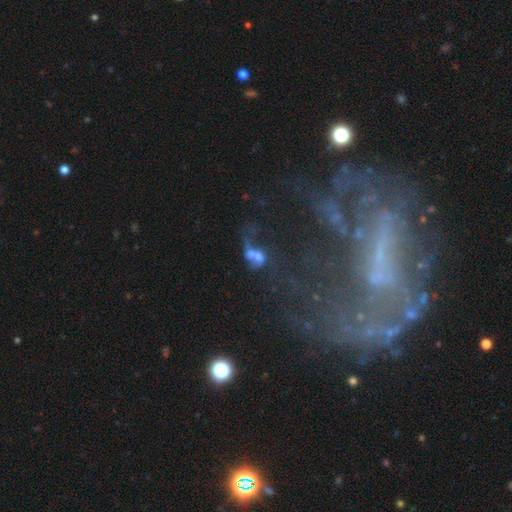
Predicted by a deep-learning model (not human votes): Morphology: type=featured or disk (43%); merging=merger (47%).